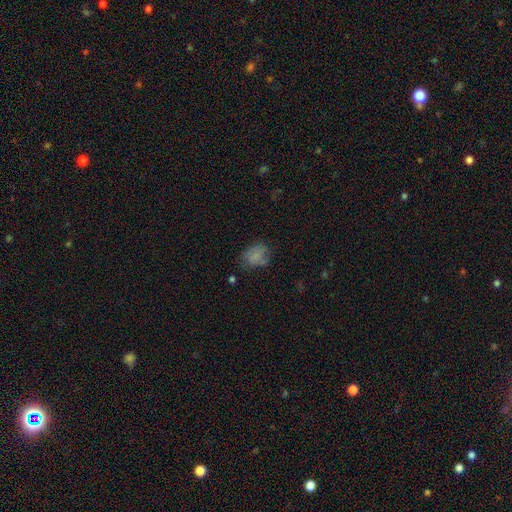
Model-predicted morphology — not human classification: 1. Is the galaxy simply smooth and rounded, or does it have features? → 71% smooth, 18% featured or disk, 11% star or artifact.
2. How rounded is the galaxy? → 60% in between, 39% round, 1% cigar-shaped.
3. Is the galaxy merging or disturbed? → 53% none, 29% minor disturbance, 14% major disturbance, 3% merger.